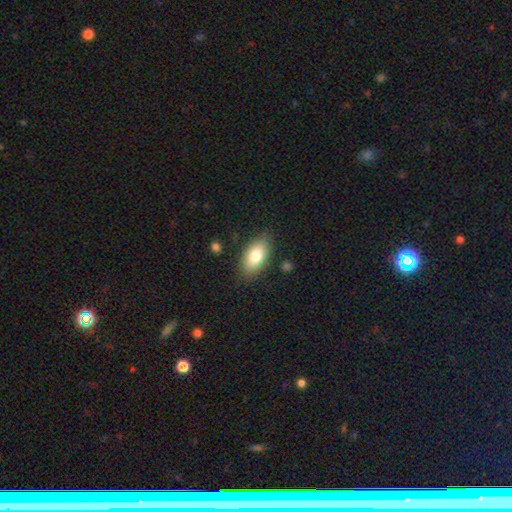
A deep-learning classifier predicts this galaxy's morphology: The model was most divided on "smooth or featured": smooth: 79%, featured or disk: 14%, star or artifact: 7%. More confident: how rounded — in between (89%); merging — none (82%).